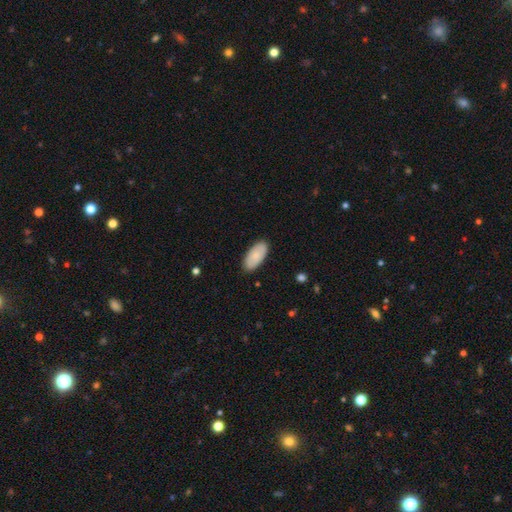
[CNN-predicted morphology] smooth_or_featured: smooth (p=0.80) [alt: featured or disk p=0.15]
how_rounded: in between (p=0.94) [alt: cigar-shaped p=0.04]
merging: none (p=0.87) [alt: minor disturbance p=0.10]